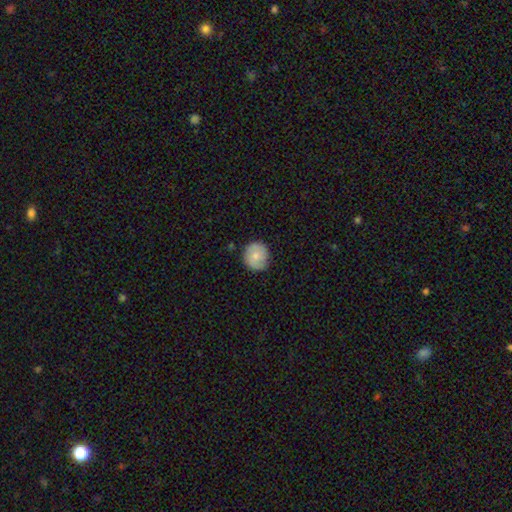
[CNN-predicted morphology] type=smooth (70%); roundness=round (90%); merging=none (81%).